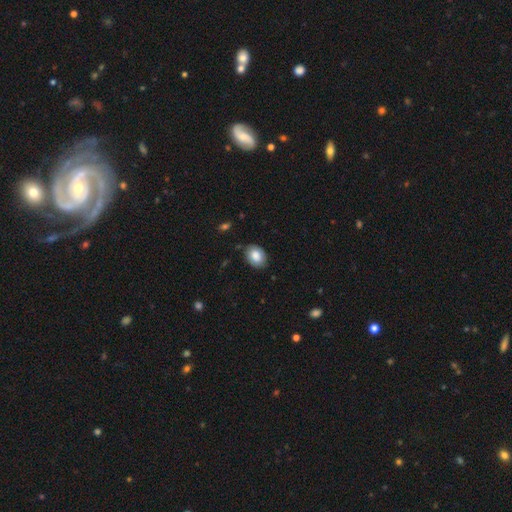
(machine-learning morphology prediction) The model was most divided on "how rounded": in between: 71%, round: 28%, cigar-shaped: 1%. More confident: smooth or featured — smooth (83%); merging — none (80%).